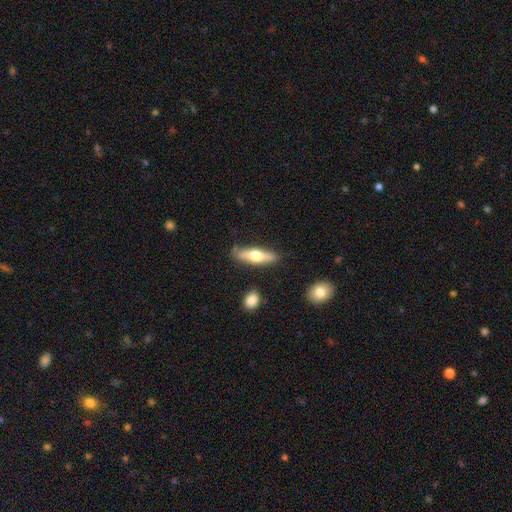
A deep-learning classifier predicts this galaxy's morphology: Overall: smooth (50%; featured or disk 45%). Merging: none (82%).